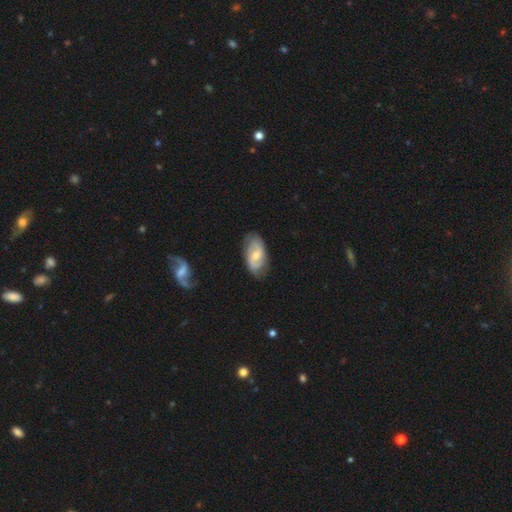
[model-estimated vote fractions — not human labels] This appears to be a featured or disk galaxy (60%) with a weak bar (50%), spiral arms (81%) and a moderate central bulge (54%). Merging: none (76%).